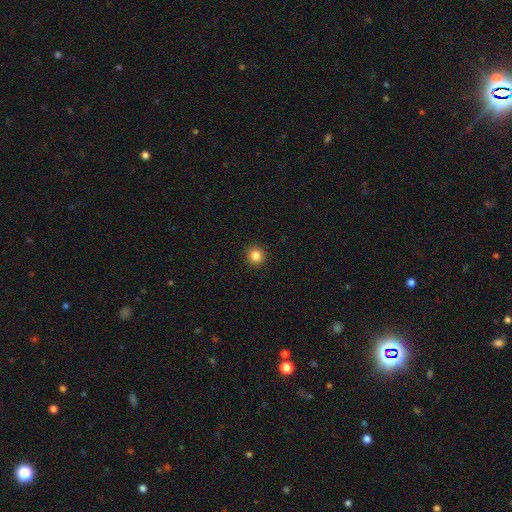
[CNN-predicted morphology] A smooth galaxy with no disk features (85%) that is round (94%). Merging: none (93%).